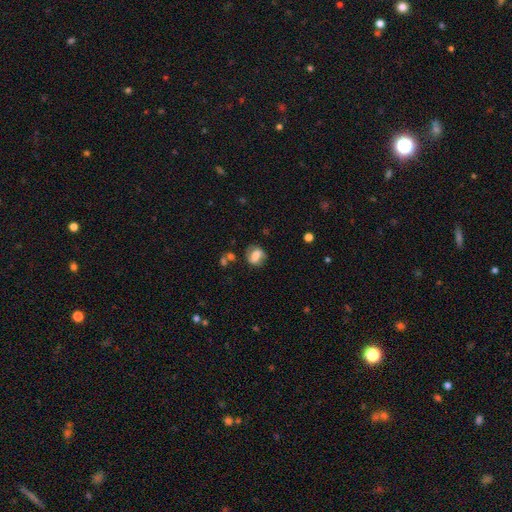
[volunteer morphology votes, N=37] smooth-or-featured: featured or disk: 59% | smooth: 35% | star or artifact: 5%
  disk-edge-on: no: 91% | yes: 9%
    bar: strong: 60% | weak: 25% | no: 15%
    has-spiral-arms: yes: 70% | no: 30%
      spiral-winding: loose: 50% | tight: 29% | medium: 21%
      spiral-arm-count: 2: 100% | 1: 0% | 3: 0% | 4: 0% | more than 4: 0% | can't tell: 0%
    bulge-size: large: 40% | moderate: 30% | dominant: 15% | small: 15% | none: 0%
  merging: none: 83% | major disturbance: 11% | minor disturbance: 6% | merger: 0%